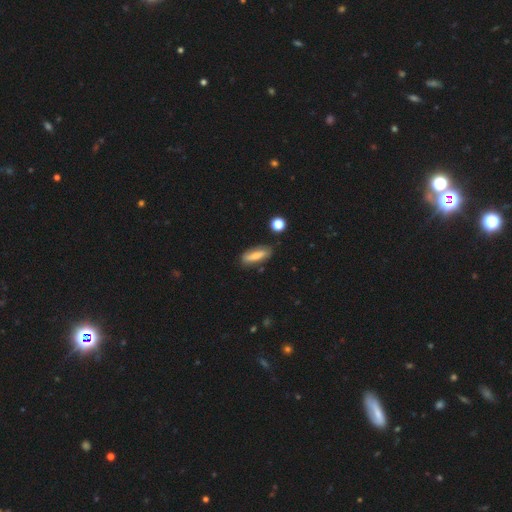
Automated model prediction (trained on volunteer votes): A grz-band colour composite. It shows a smooth galaxy with no disk features (67%) that is in between round and cigar-shaped (52%). Merging: none (78%).